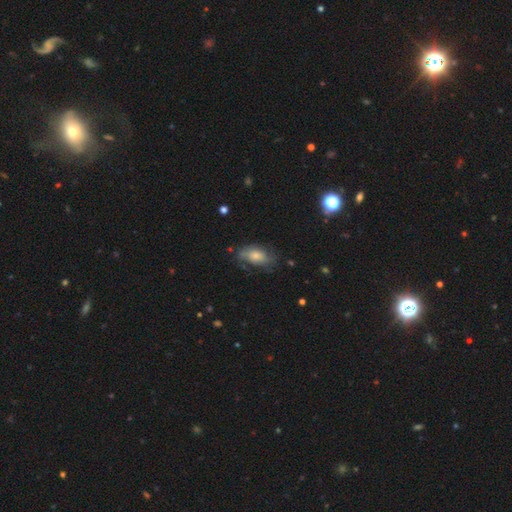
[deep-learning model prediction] smooth 56%, featured or disk 36%, star or artifact 8%. Down the decision tree: how rounded — in between (88%); merging — none (59%).